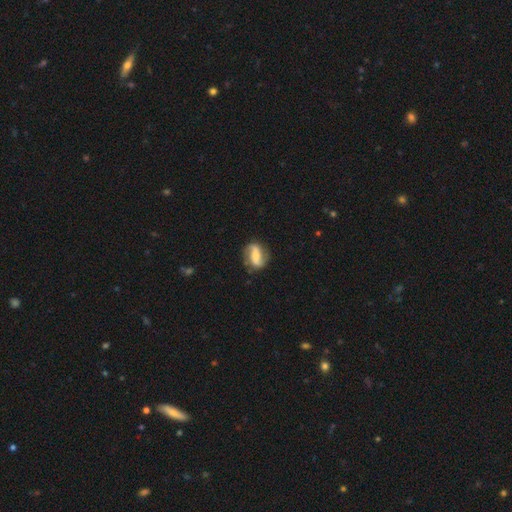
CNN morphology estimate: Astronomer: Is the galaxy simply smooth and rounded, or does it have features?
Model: featured or disk — 67%.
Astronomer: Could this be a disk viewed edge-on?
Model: no — 95%.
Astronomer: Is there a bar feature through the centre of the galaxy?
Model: strong — 43% (runner-up: weak, 31%).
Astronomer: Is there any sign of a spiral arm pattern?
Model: yes — 89%.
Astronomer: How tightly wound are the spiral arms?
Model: loose — 49% (runner-up: medium, 33%).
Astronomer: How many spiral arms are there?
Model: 2 — 88%.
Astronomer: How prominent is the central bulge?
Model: small — 35% (runner-up: moderate, 32%).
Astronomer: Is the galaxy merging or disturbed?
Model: none — 74%.